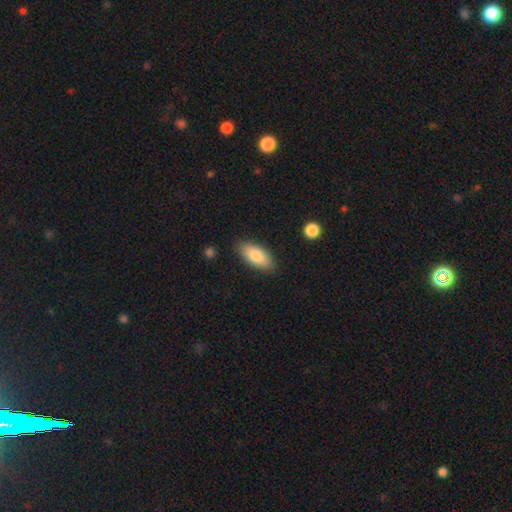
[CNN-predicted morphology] This is clearly a smooth galaxy (82%). How rounded: clearly in between (86%). Merging: clearly none (86%).